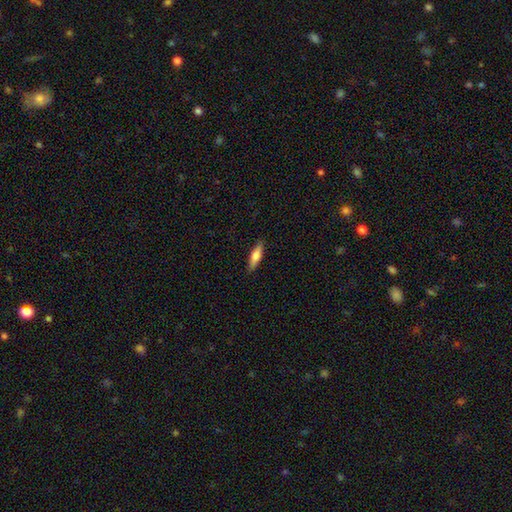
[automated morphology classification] Overall: smooth (70%). How rounded: cigar-shaped (58%; in between 40%). Merging: none (88%).